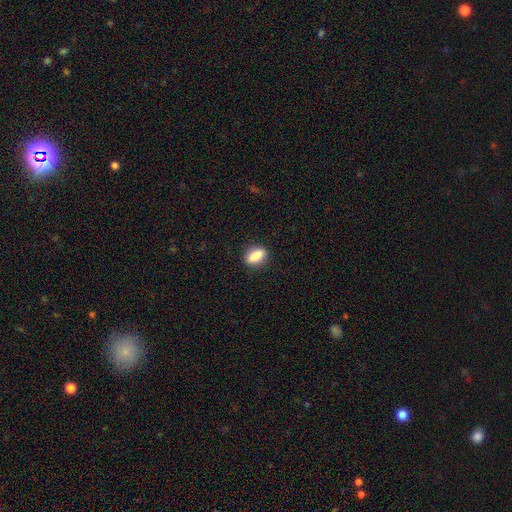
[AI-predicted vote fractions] The model was most divided on "how rounded": in between: 74%, cigar-shaped: 17%, round: 9%. More confident: merging — none (88%); smooth or featured — smooth (84%).